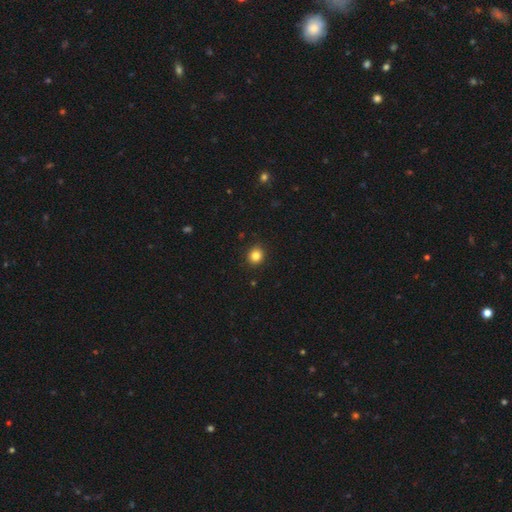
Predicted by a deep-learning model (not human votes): The model was most divided on "how rounded": round: 84%, in between: 15%, cigar-shaped: 1%. More confident: merging — none (91%); smooth or featured — smooth (84%).